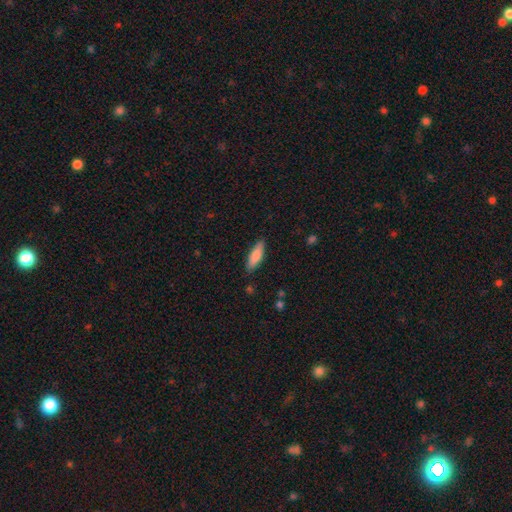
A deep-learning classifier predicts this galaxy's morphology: smooth_or_featured: smooth (p=0.81) [alt: featured or disk p=0.13]
how_rounded: cigar-shaped (p=0.51) [alt: in between p=0.47]
merging: none (p=0.86) [alt: minor disturbance p=0.11]